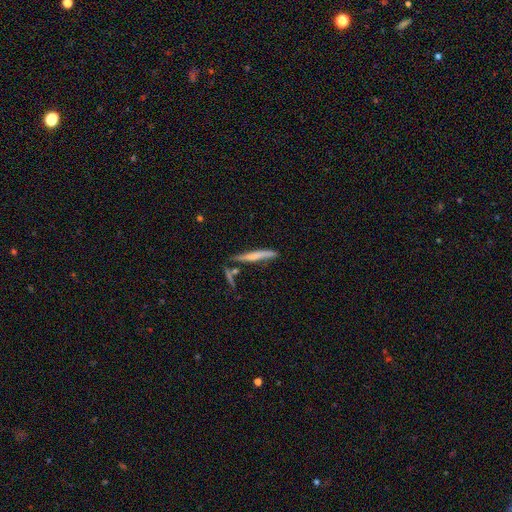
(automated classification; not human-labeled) Smooth or featured? Predicted: smooth (p=0.57). How rounded? Predicted: cigar-shaped (p=0.93). Merging? Predicted: none (p=0.67).